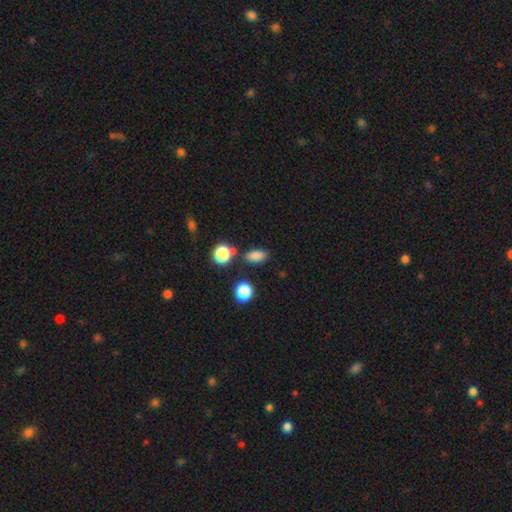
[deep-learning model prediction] Q: Smooth or featured?
A: smooth (81%); runner-up: star or artifact (14%)
Q: How rounded?
A: in between (81%); runner-up: round (15%)
Q: Merging?
A: none (77%); runner-up: minor disturbance (12%)